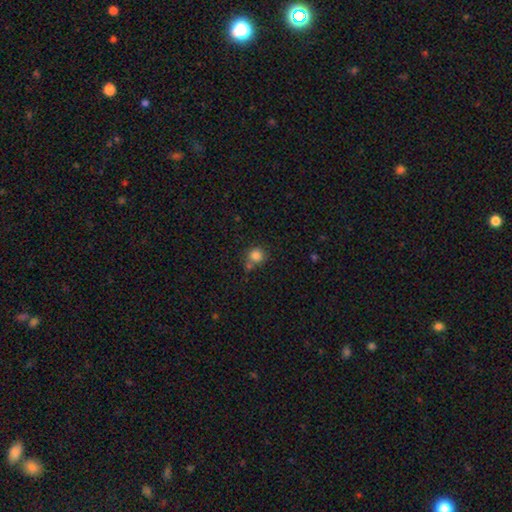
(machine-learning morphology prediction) Smooth or featured? smooth (82%)
How rounded? round (89%)
Merging? none (59%)